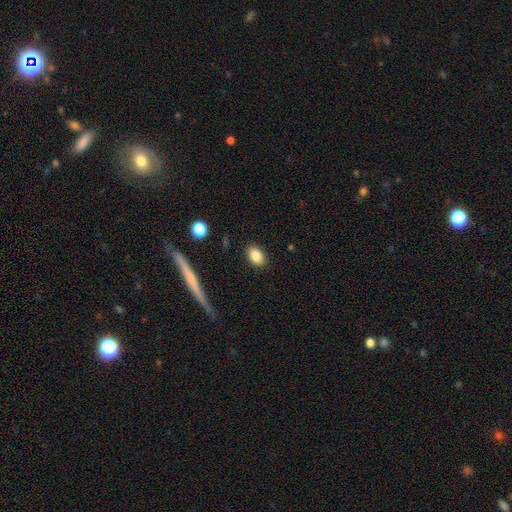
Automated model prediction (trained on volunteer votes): Smooth or featured: smooth — 84% (star or artifact — 8%)
How rounded: in between — 81% (round — 17%)
Merging: none — 88% (minor disturbance — 8%)